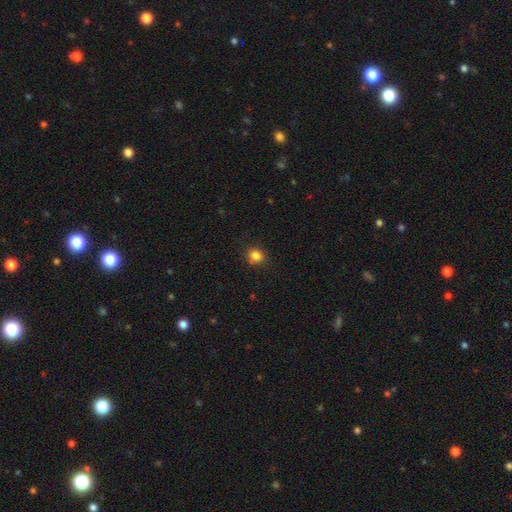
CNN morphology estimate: Q: Smooth or featured?
A: smooth (83%); runner-up: star or artifact (12%)
Q: How rounded?
A: round (74%); runner-up: in between (25%)
Q: Merging?
A: none (84%); runner-up: minor disturbance (11%)